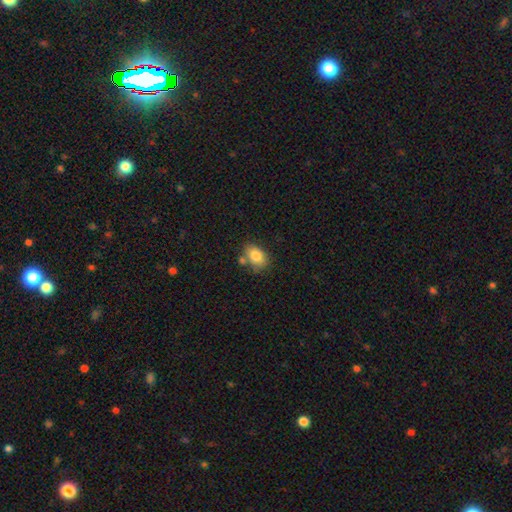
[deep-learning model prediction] smooth_or_featured: smooth (p=0.82) [alt: featured or disk p=0.10]
how_rounded: in between (p=0.78) [alt: round p=0.21]
merging: none (p=0.63) [alt: minor disturbance p=0.18]